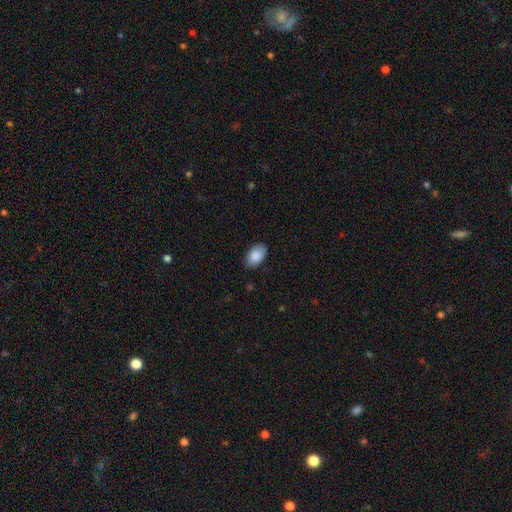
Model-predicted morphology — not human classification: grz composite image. It shows a smooth galaxy with no disk features (88%) that is in between round and cigar-shaped (91%). Merging: none (82%).